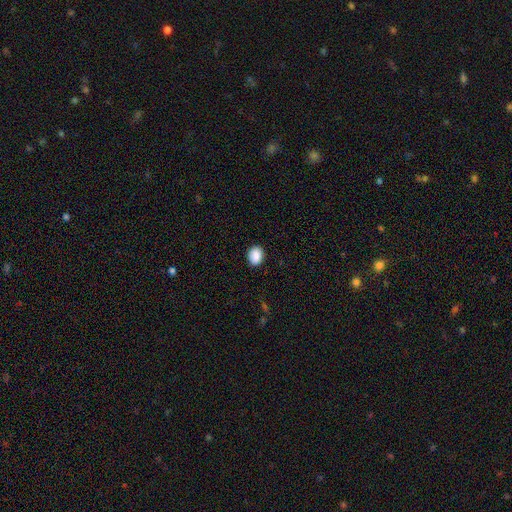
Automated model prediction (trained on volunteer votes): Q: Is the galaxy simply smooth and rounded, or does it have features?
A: smooth — 88%.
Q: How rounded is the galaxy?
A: in between — 58%.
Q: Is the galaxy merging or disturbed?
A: none — 88%.